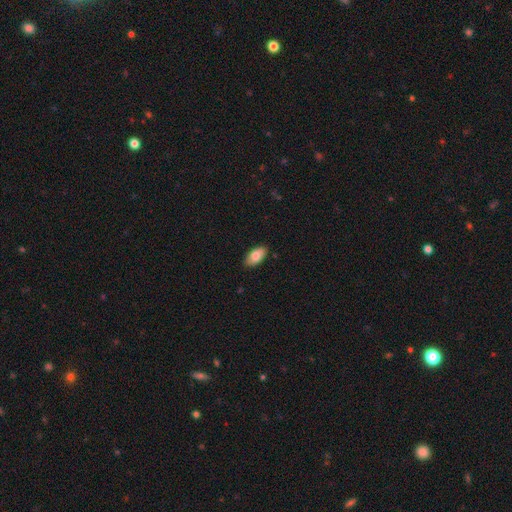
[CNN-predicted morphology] A smooth galaxy with no disk features (81%) that is in between round and cigar-shaped (94%). Merging: none (87%).